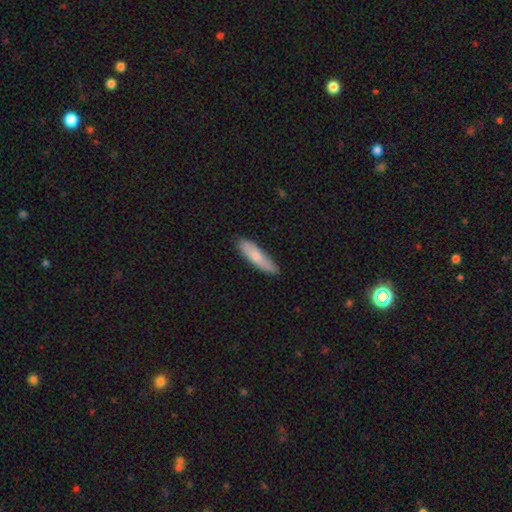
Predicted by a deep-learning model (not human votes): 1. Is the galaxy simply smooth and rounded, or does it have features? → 77% smooth, 18% featured or disk, 6% star or artifact.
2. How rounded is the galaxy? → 73% cigar-shaped, 25% in between, 2% round.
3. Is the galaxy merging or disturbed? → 81% none, 15% minor disturbance, 2% major disturbance, 1% merger.